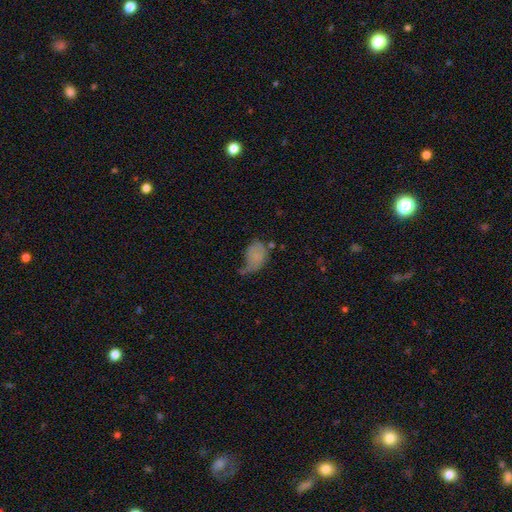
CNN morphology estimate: Smooth or featured? smooth (61%)
How rounded? in between (83%)
Merging? major disturbance (36%)